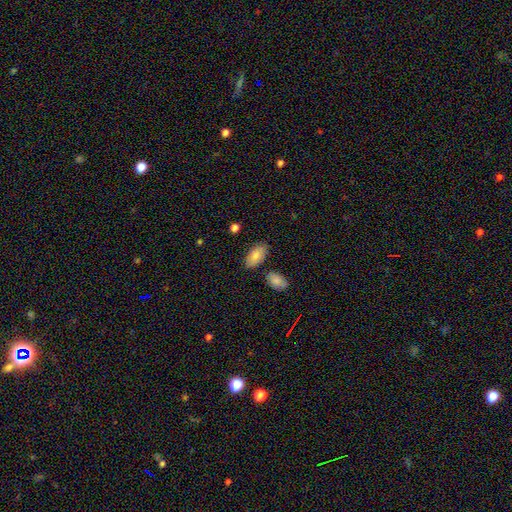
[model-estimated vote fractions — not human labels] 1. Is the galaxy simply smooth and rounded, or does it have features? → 81% smooth, 13% featured or disk, 7% star or artifact.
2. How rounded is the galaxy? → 94% in between, 3% round, 3% cigar-shaped.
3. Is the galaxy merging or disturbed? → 77% none, 15% minor disturbance, 5% merger, 3% major disturbance.